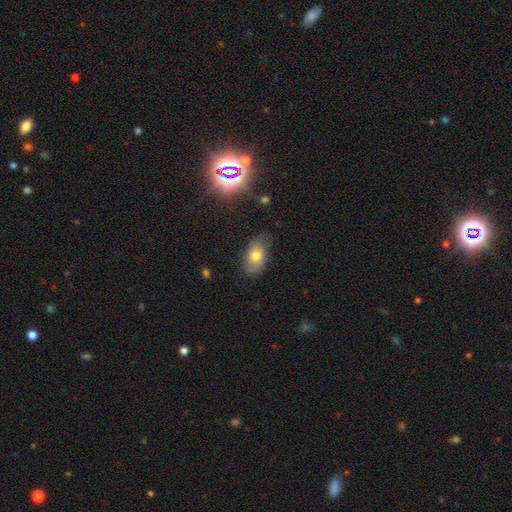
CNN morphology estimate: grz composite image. It shows a smooth galaxy with no disk features (68%) that is in between round and cigar-shaped (91%). Merging: none (74%).